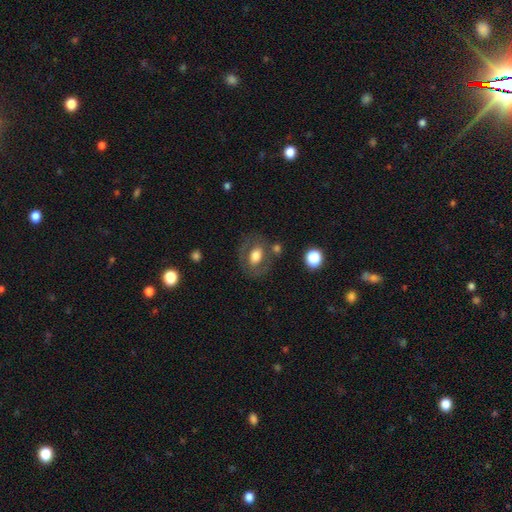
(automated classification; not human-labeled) Smooth or featured?
  - smooth: 58% *
  - featured or disk: 34%
  - star or artifact: 8%
How rounded?
  - in between: 67% *
  - round: 32%
  - cigar-shaped: 1%
Merging?
  - none: 69% *
  - minor disturbance: 15%
  - major disturbance: 9%
  - merger: 7%